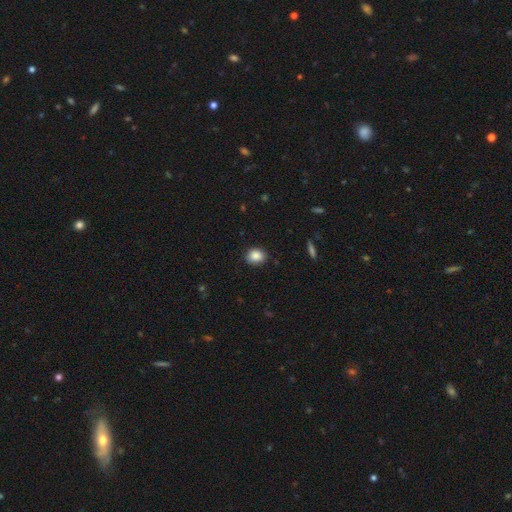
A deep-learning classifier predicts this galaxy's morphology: A smooth galaxy with no disk features (88%) that is round (59%).

Vote fractions:
- Smooth or featured? smooth: 88% / star or artifact: 9% / featured or disk: 4%
- How rounded? round: 59% / in between: 40% / cigar-shaped: 1%
- Merging? none: 86% / minor disturbance: 11% / major disturbance: 2% / merger: 1%